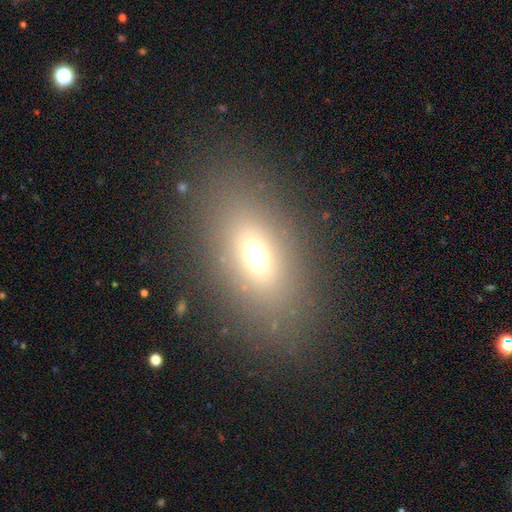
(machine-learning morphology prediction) Smooth or featured? Predicted: smooth (p=0.64). How rounded? Predicted: in between (p=0.77). Merging? Predicted: none (p=0.80).